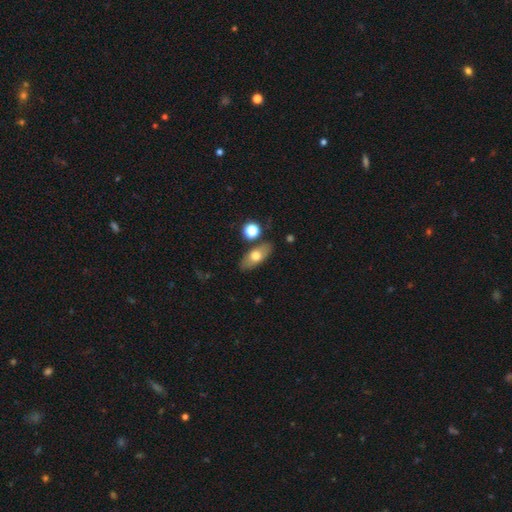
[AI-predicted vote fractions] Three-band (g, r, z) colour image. It shows a smooth galaxy with no disk features (66%) that is in between round and cigar-shaped (80%). Merging: none (80%).